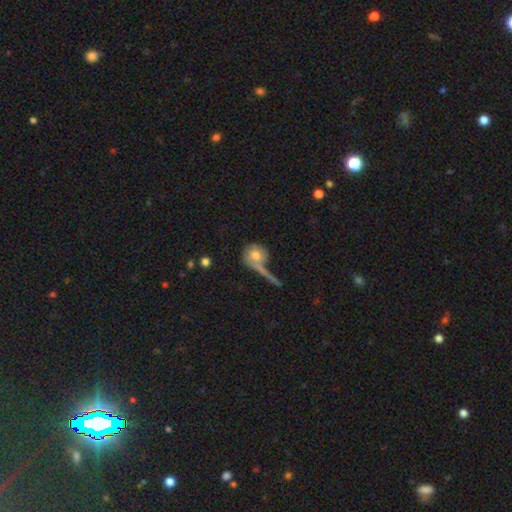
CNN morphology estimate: Q: Smooth or featured?
A: smooth (64%); runner-up: featured or disk (27%)
Q: How rounded?
A: round (81%); runner-up: in between (15%)
Q: Merging?
A: none (42%); runner-up: merger (21%)